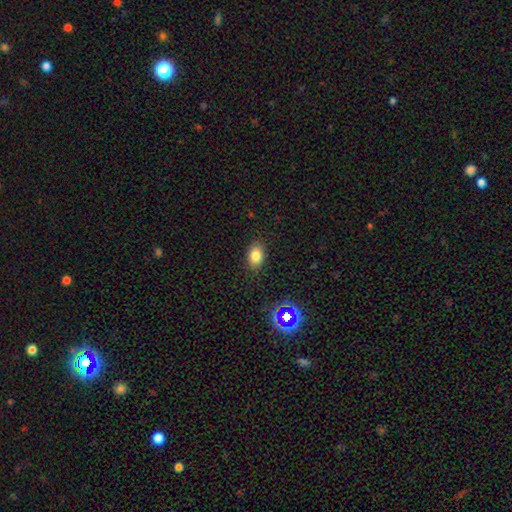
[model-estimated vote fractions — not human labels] smooth 80%, star or artifact 12%, featured or disk 8%. Down the decision tree: how rounded — in between (82%); merging — none (87%).